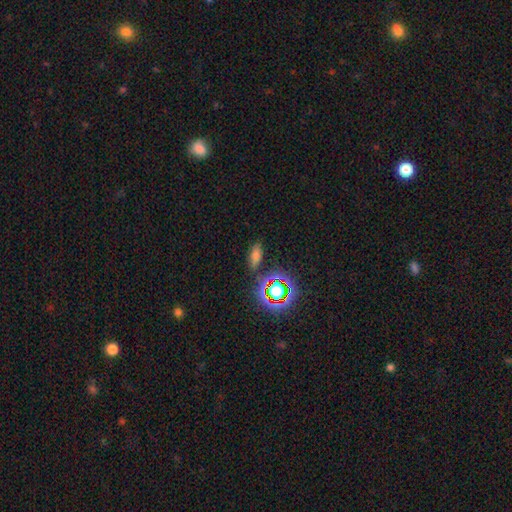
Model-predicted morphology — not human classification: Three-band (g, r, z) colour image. It shows a smooth galaxy with no disk features (64%) that is in between round and cigar-shaped (74%). Merging: none (79%).